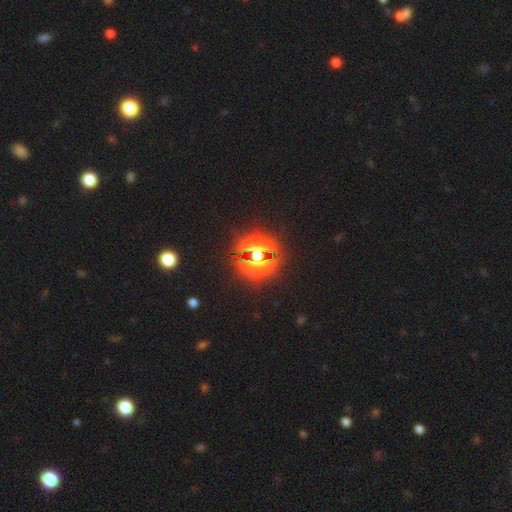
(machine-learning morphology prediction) The model was most divided on "smooth or featured": star or artifact: 69%, smooth: 22%, featured or disk: 9%.